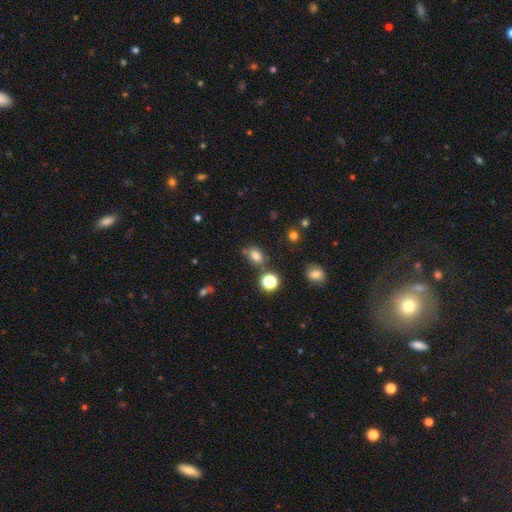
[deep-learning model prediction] This is likely a smooth galaxy (77%). How rounded: likely in between (74%). Merging: likely none (65%).